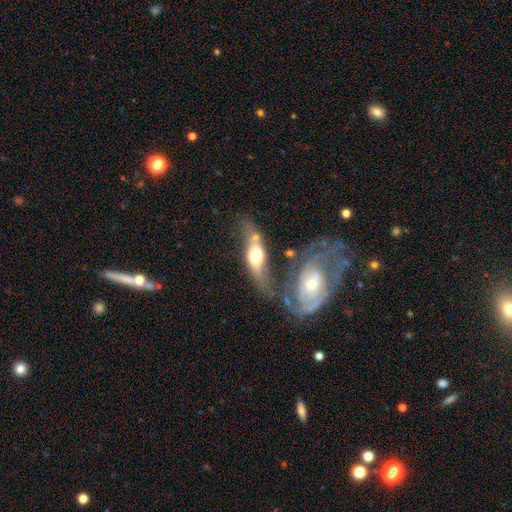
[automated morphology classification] Smooth or featured? featured or disk (54%)
Edge-on disk? no (57%)
Merging? none (36%)